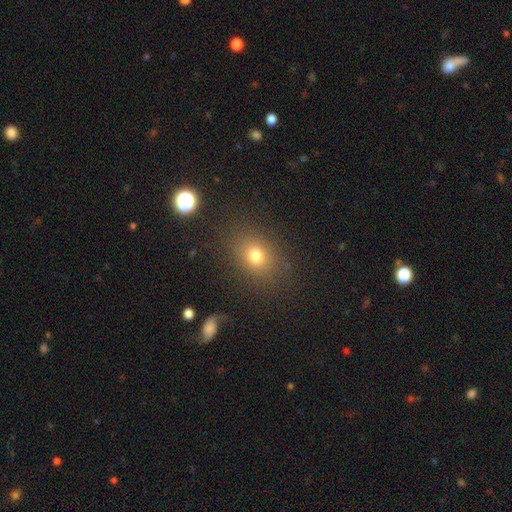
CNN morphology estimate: Smooth or featured? Predicted: smooth (p=0.75). How rounded? Predicted: round (p=0.50). Merging? Predicted: none (p=0.83).